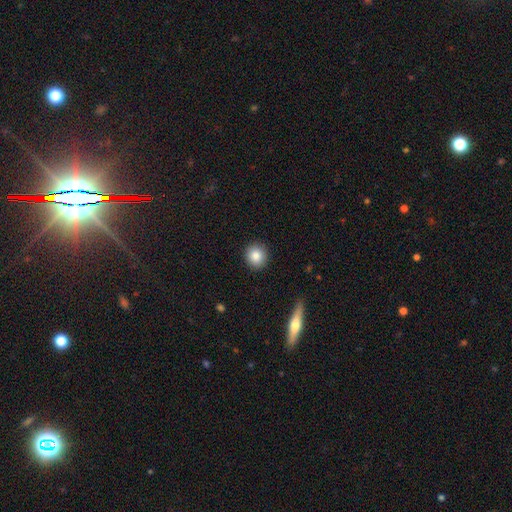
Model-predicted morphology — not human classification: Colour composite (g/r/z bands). It shows a smooth galaxy with no disk features (86%) that is round (87%). Merging: none (91%).